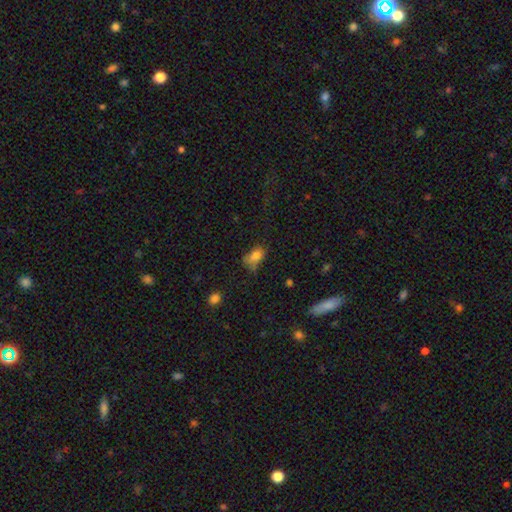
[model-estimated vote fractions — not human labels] Smooth or featured? smooth (75%)
How rounded? in between (83%)
Merging? none (41%)